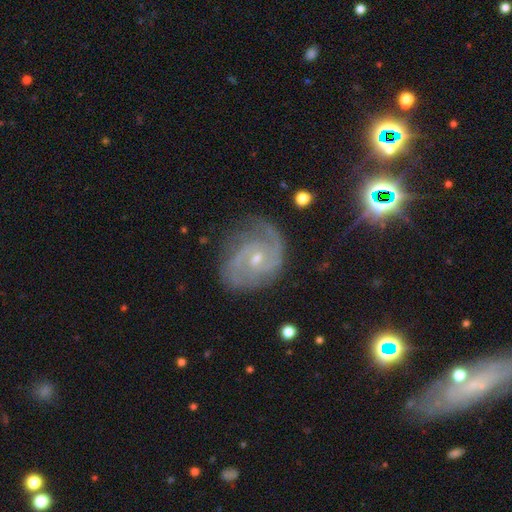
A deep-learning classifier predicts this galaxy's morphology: featured or disk 85%, star or artifact 9%, smooth 6%. Down the decision tree: edge-on disk — no (98%); bar — no (60%); spiral arms — yes (97%); spiral arm count — 2 (54%); spiral winding — tight (48%); bulge size — small (69%); merging — none (72%).